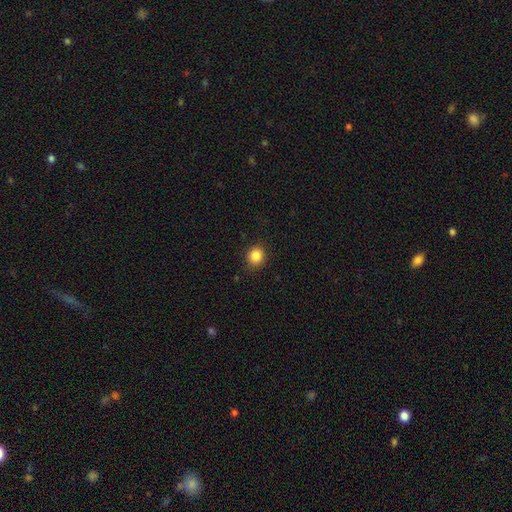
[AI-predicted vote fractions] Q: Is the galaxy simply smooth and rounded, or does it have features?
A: smooth — 85%.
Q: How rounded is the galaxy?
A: round — 83%.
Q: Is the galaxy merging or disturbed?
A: none — 88%.